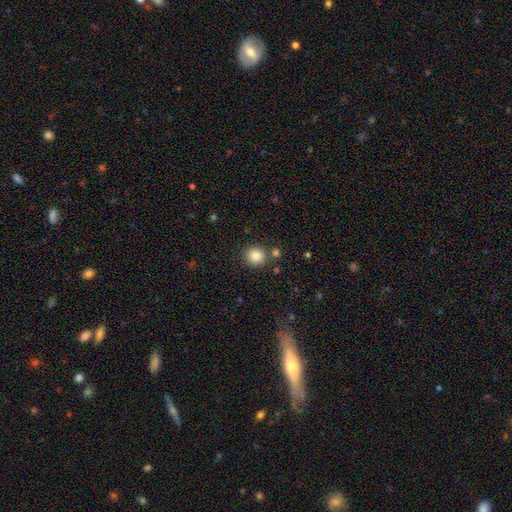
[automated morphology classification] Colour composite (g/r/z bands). It shows a smooth galaxy with no disk features (85%) that is round (88%). Merging: none (83%).